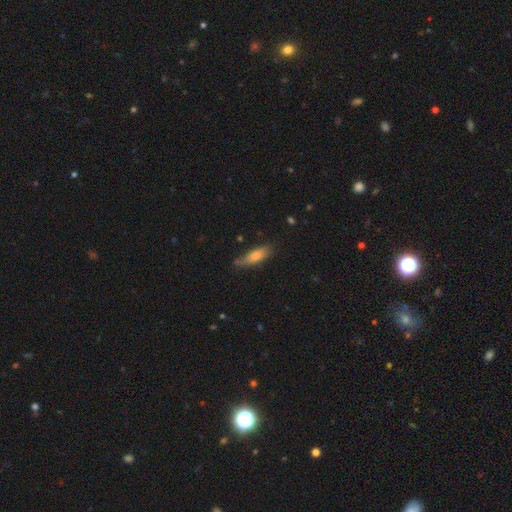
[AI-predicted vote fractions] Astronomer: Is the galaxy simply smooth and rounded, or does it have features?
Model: smooth — 74%.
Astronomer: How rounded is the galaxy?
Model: cigar-shaped — 54% (runner-up: in between, 44%).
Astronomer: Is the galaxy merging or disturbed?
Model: none — 64%.